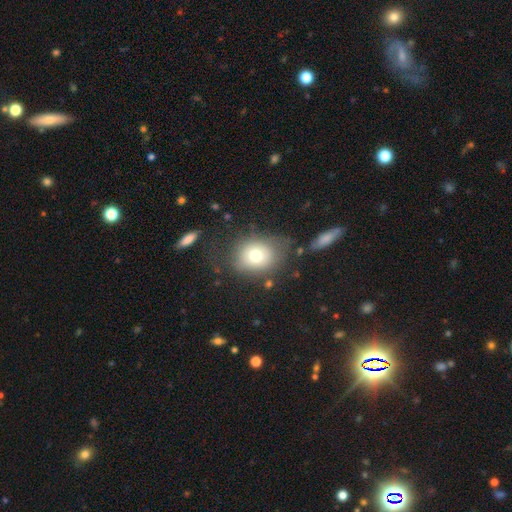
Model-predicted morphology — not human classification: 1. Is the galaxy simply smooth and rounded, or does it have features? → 71% smooth, 17% featured or disk, 11% star or artifact.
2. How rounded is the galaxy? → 63% round, 36% in between, 1% cigar-shaped.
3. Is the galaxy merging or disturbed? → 63% none, 20% minor disturbance, 13% major disturbance, 4% merger.